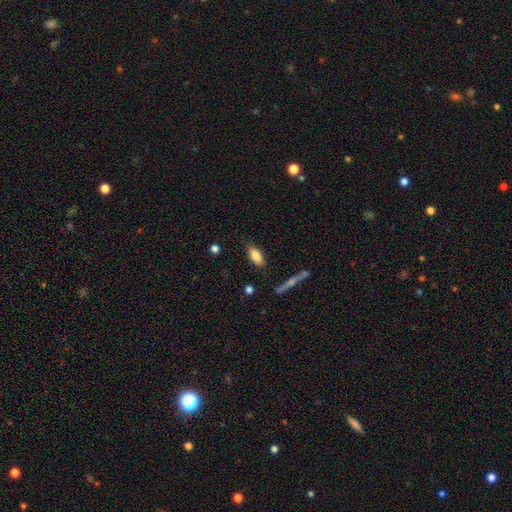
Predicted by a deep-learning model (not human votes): Overall: smooth (83%). How rounded: in between (82%). Merging: none (81%).